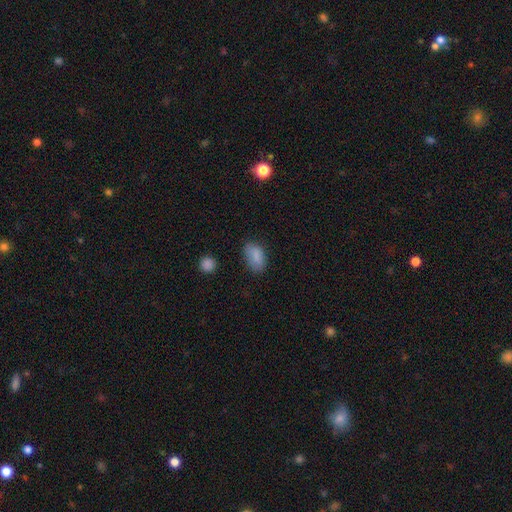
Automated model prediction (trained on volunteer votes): smooth-or-featured: smooth: 84% | star or artifact: 9% | featured or disk: 7%
  how-rounded: in between: 92% | round: 5% | cigar-shaped: 3%
  merging: none: 71% | minor disturbance: 21% | major disturbance: 5% | merger: 2%